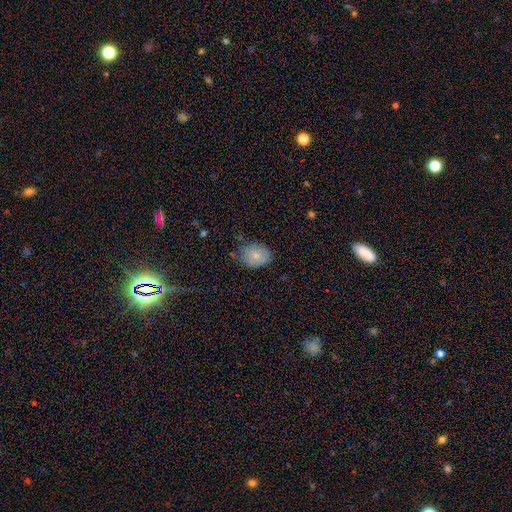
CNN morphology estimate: Q: Smooth or featured?
A: smooth (75%); runner-up: featured or disk (17%)
Q: How rounded?
A: in between (65%); runner-up: round (34%)
Q: Merging?
A: none (65%); runner-up: minor disturbance (26%)